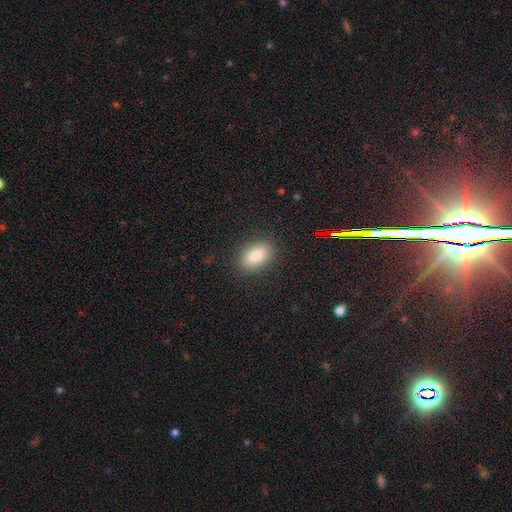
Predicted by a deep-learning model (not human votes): smooth-or-featured: smooth: 83% | star or artifact: 10% | featured or disk: 8%
  how-rounded: in between: 88% | round: 9% | cigar-shaped: 2%
  merging: none: 87% | minor disturbance: 9% | major disturbance: 3% | merger: 1%